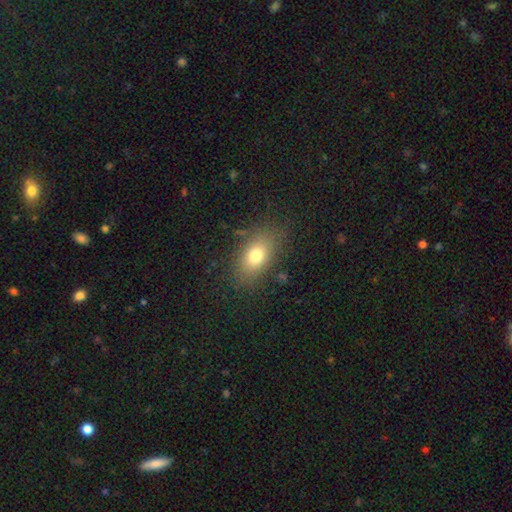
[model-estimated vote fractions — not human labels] Smooth or featured? smooth (76%)
How rounded? in between (85%)
Merging? none (82%)